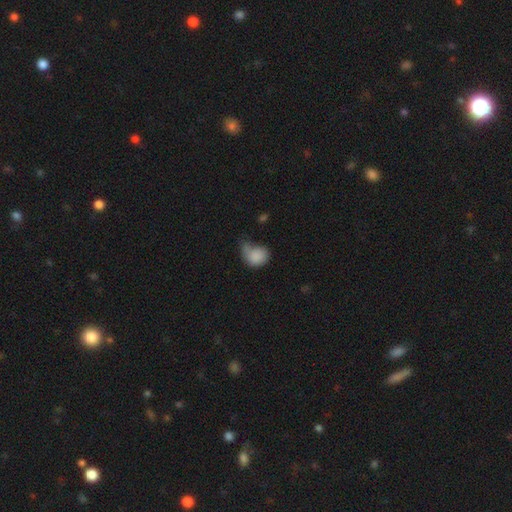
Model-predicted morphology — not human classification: Overall: smooth (83%). How rounded: round (56%; in between 43%). Merging: minor disturbance (33%; none 30%).